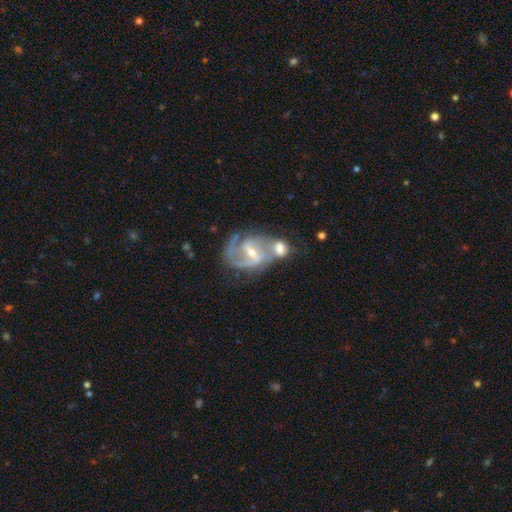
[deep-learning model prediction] smooth-or-featured: featured or disk: 85% | smooth: 8% | star or artifact: 7%
  disk-edge-on: no: 97% | yes: 3%
    bar: weak: 48% | strong: 30% | no: 22%
    has-spiral-arms: yes: 93% | no: 7%
      spiral-winding: medium: 51% | tight: 26% | loose: 22%
      spiral-arm-count: 2: 74% | can't tell: 9% | 1: 7% | 3: 6% | 4: 2% | more than 4: 2%
    bulge-size: small: 53% | moderate: 42% | none: 3% | large: 2% | dominant: 1%
  merging: merger: 46% | none: 31% | minor disturbance: 13% | major disturbance: 10%